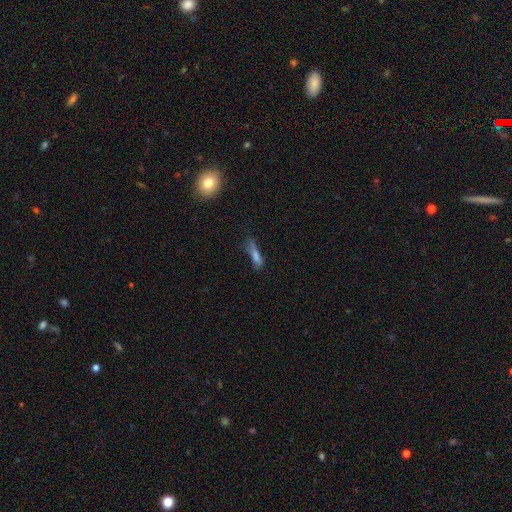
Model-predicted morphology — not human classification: Smooth or featured? smooth (62%)
How rounded? cigar-shaped (75%)
Merging? none (54%)